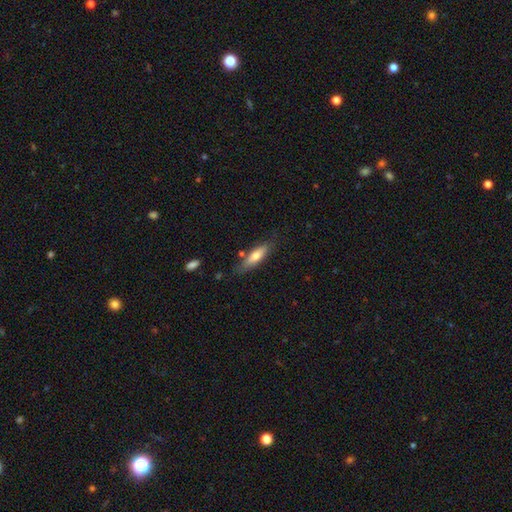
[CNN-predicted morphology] This appears to be a smooth galaxy with no disk features (70%) that is cigar-shaped (55%). Merging: none (73%).